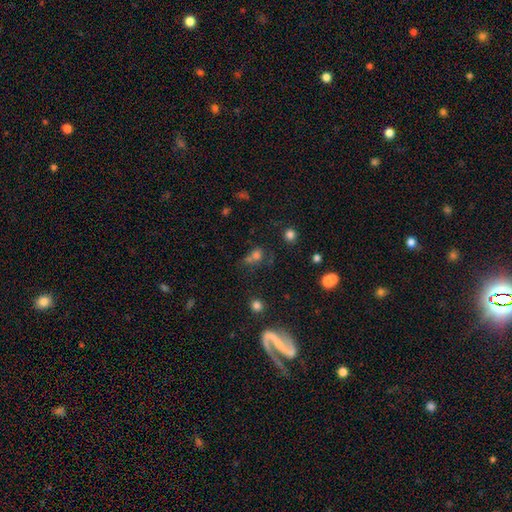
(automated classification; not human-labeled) smooth_or_featured: smooth (p=0.58) [alt: star or artifact p=0.26]
how_rounded: round (p=0.68) [alt: in between p=0.29]
merging: none (p=0.47) [alt: merger p=0.27]